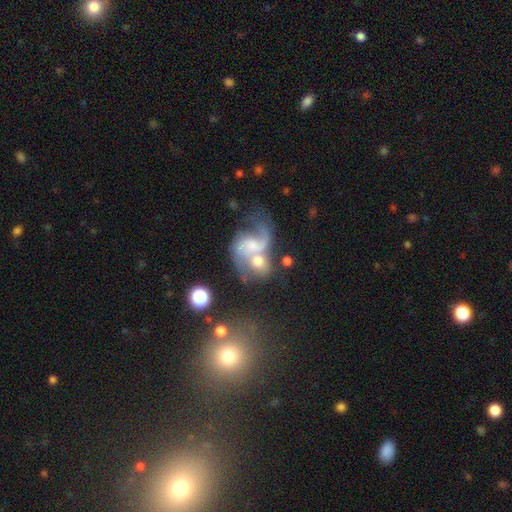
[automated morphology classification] Smooth or featured?
  - featured or disk: 73% *
  - smooth: 16%
  - star or artifact: 11%
Edge-on disk?
  - no: 97% *
  - yes: 3%
Bar?
  - no: 55% *
  - weak: 36%
  - strong: 10%
Spiral arms?
  - yes: 87% *
  - no: 13%
Spiral winding?
  - loose: 59% *
  - medium: 33%
  - tight: 8%
Spiral arm count?
  - 2: 70% *
  - 1: 19%
  - can't tell: 7%
  - 3: 2%
  - 4: 1%
  - more than 4: 1%
Bulge size?
  - moderate: 40% *
  - small: 36%
  - none: 14%
  - large: 8%
  - dominant: 2%
Merging?
  - merger: 54% *
  - none: 20%
  - major disturbance: 16%
  - minor disturbance: 10%